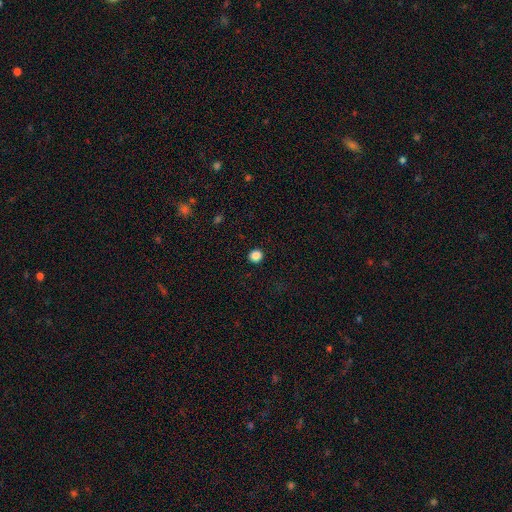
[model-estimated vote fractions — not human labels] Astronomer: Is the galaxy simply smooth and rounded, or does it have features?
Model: smooth — 86%.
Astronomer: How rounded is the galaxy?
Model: round — 93%.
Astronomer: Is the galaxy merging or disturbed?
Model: none — 93%.